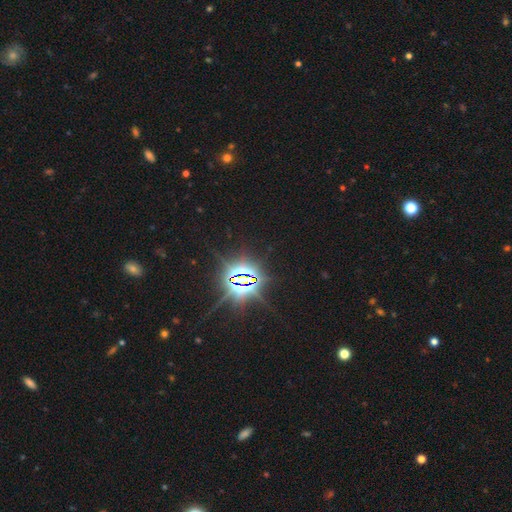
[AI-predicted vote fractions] Morphology: type=star or artifact (86%).